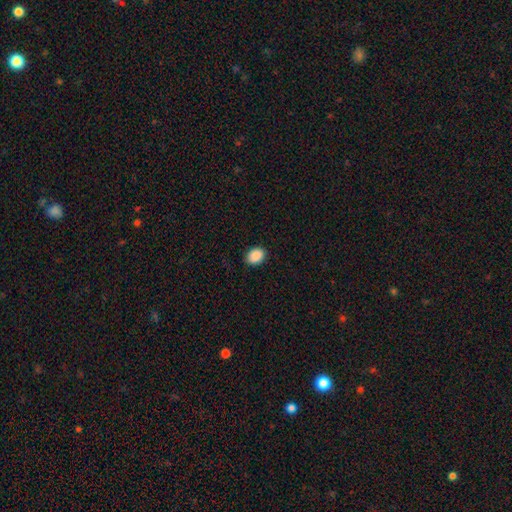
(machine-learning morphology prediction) Smooth or featured: smooth — 90% (star or artifact — 8%)
How rounded: in between — 66% (round — 33%)
Merging: none — 87% (minor disturbance — 10%)